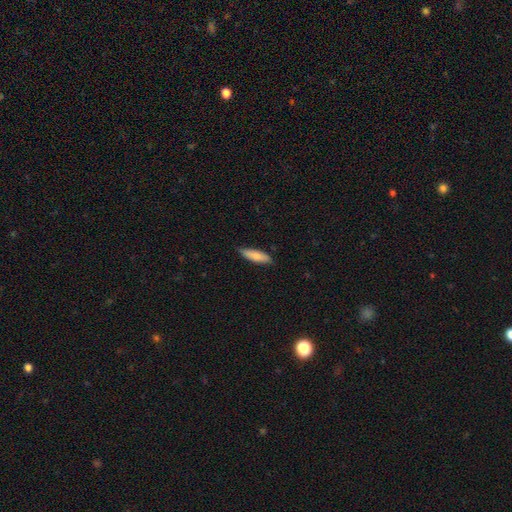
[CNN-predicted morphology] A smooth galaxy with no disk features (81%) that is cigar-shaped (59%).

Vote fractions:
- Smooth or featured? smooth: 81% / featured or disk: 14% / star or artifact: 6%
- How rounded? cigar-shaped: 59% / in between: 40% / round: 2%
- Merging? none: 80% / minor disturbance: 16% / major disturbance: 2% / merger: 1%